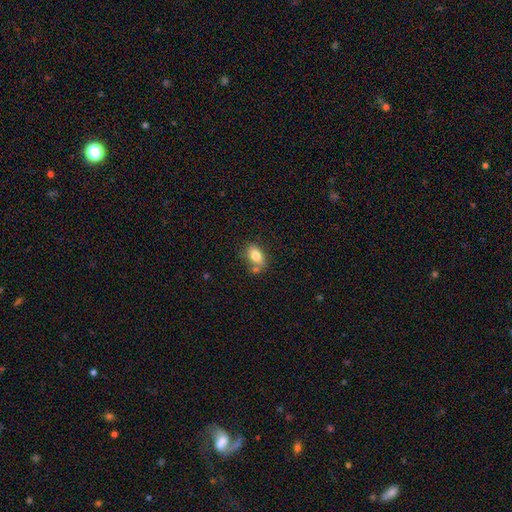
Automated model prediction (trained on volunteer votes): smooth 79%, featured or disk 12%, star or artifact 8%. Down the decision tree: how rounded — in between (85%); merging — none (60%).